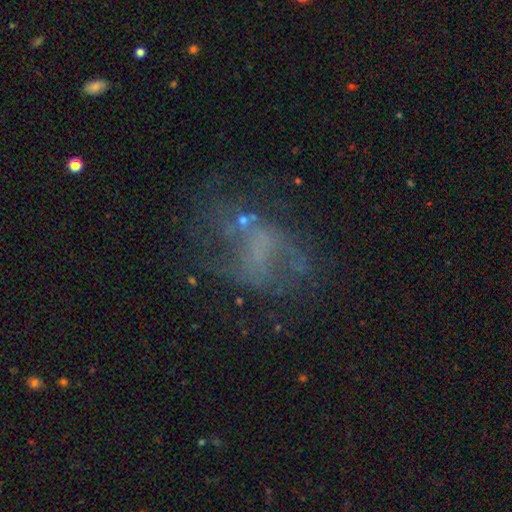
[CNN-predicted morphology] Smooth or featured? featured or disk (59%)
Edge-on disk? no (98%)
Bar? no (68%)
Spiral arms? no (59%)
Bulge size? none (63%)
Merging? none (45%)